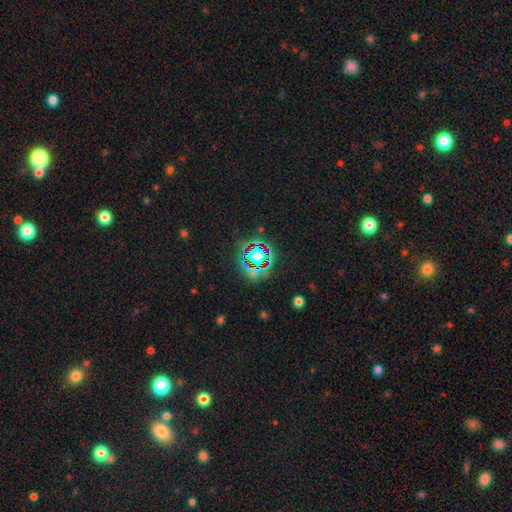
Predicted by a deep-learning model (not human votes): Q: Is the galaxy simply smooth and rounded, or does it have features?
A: star or artifact — 59%.